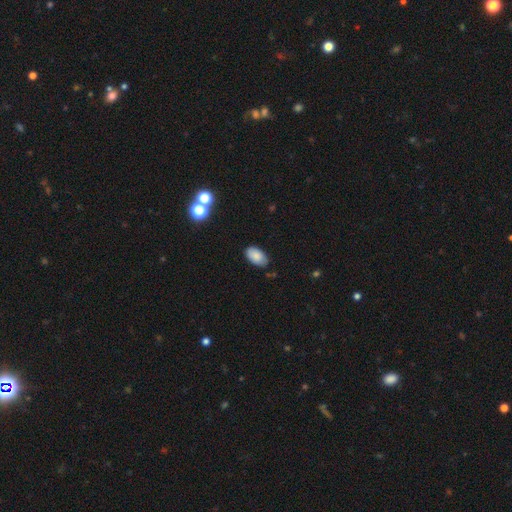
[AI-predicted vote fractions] A smooth galaxy with no disk features (84%) that is in between round and cigar-shaped (94%). Merging: none (81%).